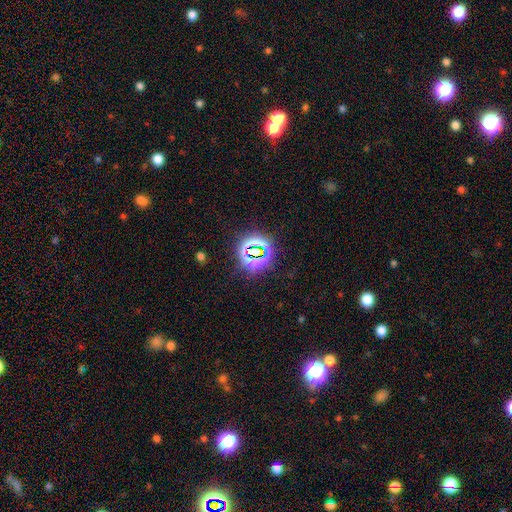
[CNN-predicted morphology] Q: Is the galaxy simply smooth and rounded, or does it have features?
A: star or artifact — 76%.